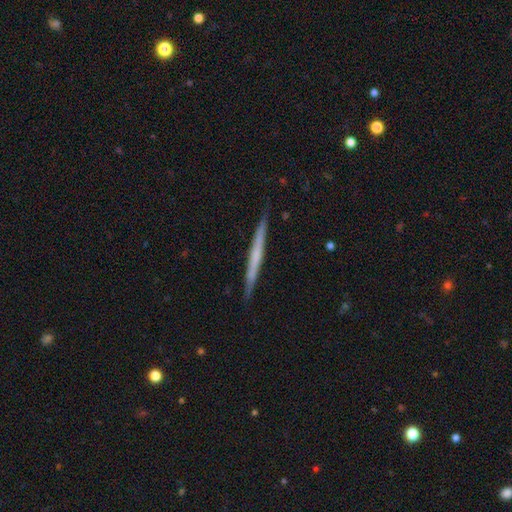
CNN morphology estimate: smooth_or_featured: featured or disk (p=0.55) [alt: smooth p=0.39]
disk_edge_on: yes (p=0.97) [alt: no p=0.03]
edge_on_bulge: none (p=0.82) [alt: rounded p=0.13]
merging: none (p=0.91) [alt: minor disturbance p=0.07]